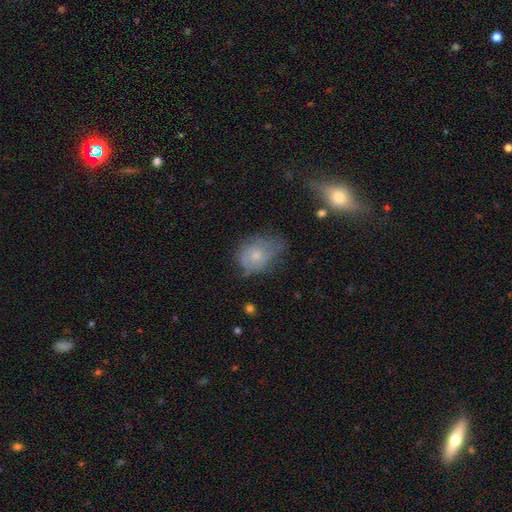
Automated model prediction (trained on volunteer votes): A smooth galaxy with no disk features (50%). Merging: none (40%).